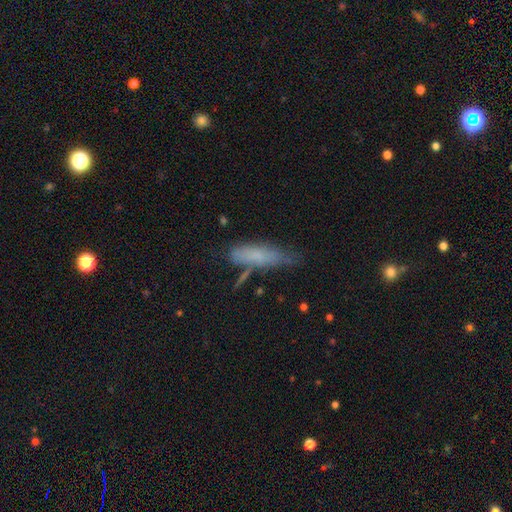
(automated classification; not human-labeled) The model was most divided on "merging": none: 50%, minor disturbance: 29%, major disturbance: 12%, merger: 8%. More confident: smooth or featured — smooth (69%); how rounded — cigar-shaped (61%).